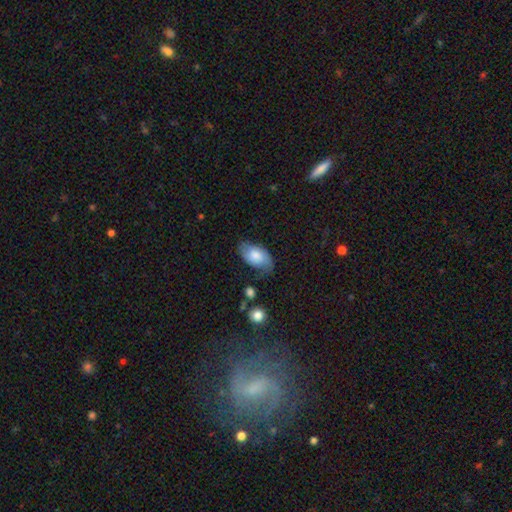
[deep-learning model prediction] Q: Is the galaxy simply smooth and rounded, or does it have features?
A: smooth — 68%.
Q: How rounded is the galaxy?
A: in between — 94%.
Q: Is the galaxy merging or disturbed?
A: none — 60%.